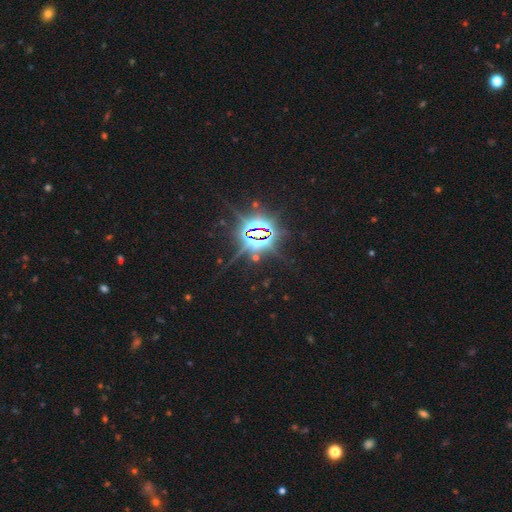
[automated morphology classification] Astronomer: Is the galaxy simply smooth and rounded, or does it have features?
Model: star or artifact — 86%.